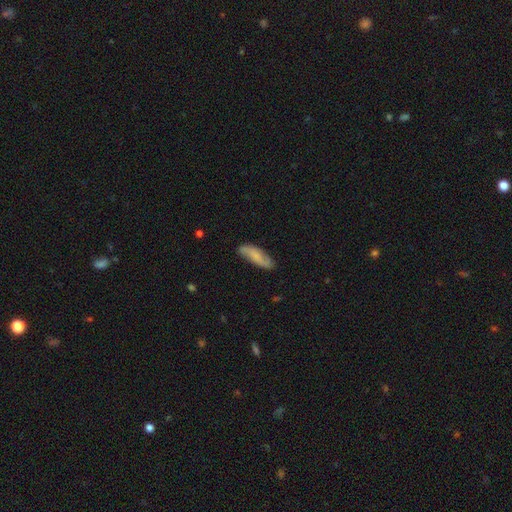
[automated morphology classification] type=smooth (53%); roundness=in between (50%); merging=none (78%).